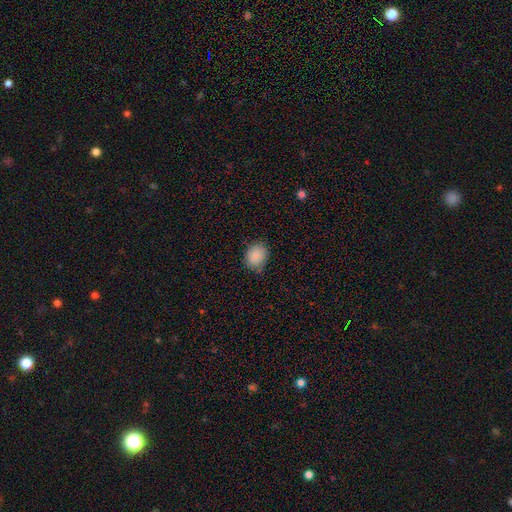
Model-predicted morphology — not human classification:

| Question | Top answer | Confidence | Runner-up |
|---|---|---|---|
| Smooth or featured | smooth | 88% | star or artifact (8%) |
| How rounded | round | 56% | in between (43%) |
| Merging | none | 78% | minor disturbance (17%) |